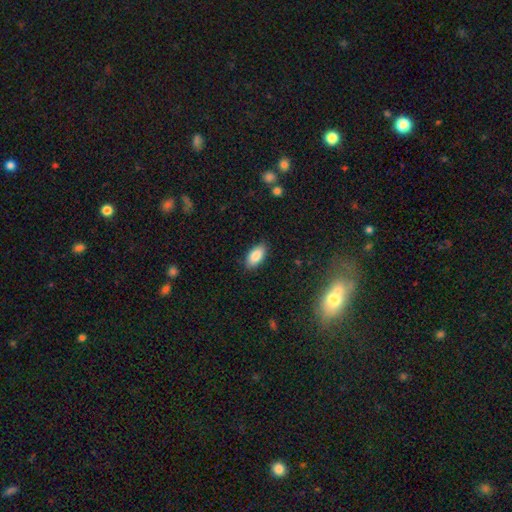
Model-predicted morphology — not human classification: type=smooth (87%); roundness=in between (92%); merging=none (87%).